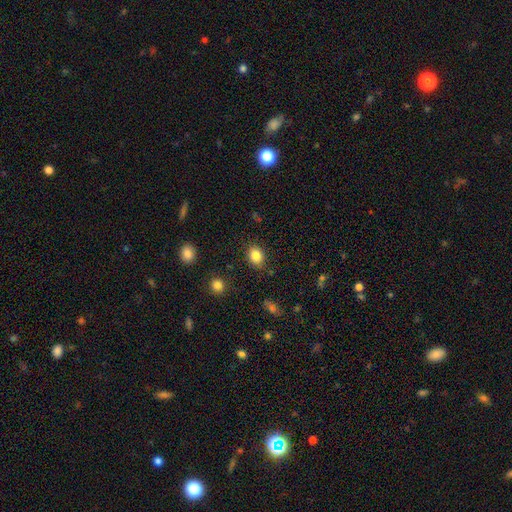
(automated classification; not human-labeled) Smooth or featured: smooth — 84% (star or artifact — 10%)
How rounded: in between — 60% (round — 39%)
Merging: none — 87% (minor disturbance — 9%)